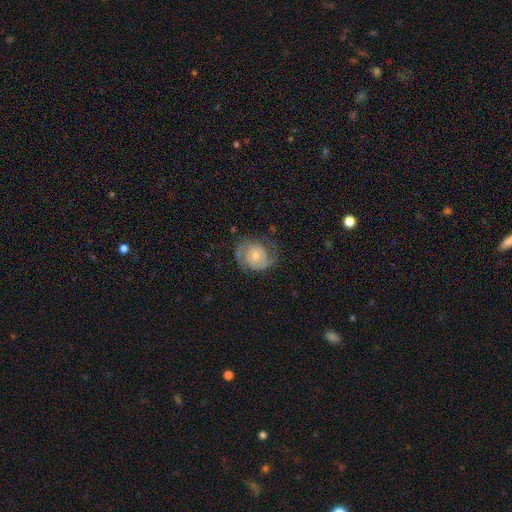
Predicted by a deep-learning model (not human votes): A featured or disk galaxy (76%) with no bar (74%), 2 (78%) tight (45%) spiral arms (92%) and a moderate central bulge (46%, tied with small).

Vote fractions:
- Smooth or featured? featured or disk: 76% / smooth: 18% / star or artifact: 6%
- Edge-on disk? no: 97% / yes: 3%
- Bar? no: 74% / weak: 22% / strong: 4%
- Spiral arms? yes: 92% / no: 8%
- Spiral winding? tight: 45% / medium: 39% / loose: 16%
- Spiral arm count? 2: 78% / can't tell: 10% / 1: 5% / 3: 3% / 4: 1% / more than 4: 1%
- Bulge size? moderate: 46% (tied) / small: 46% (tied) / large: 5% / none: 3% / dominant: 1%
- Merging? none: 65% / minor disturbance: 21% / major disturbance: 13% / merger: 1%